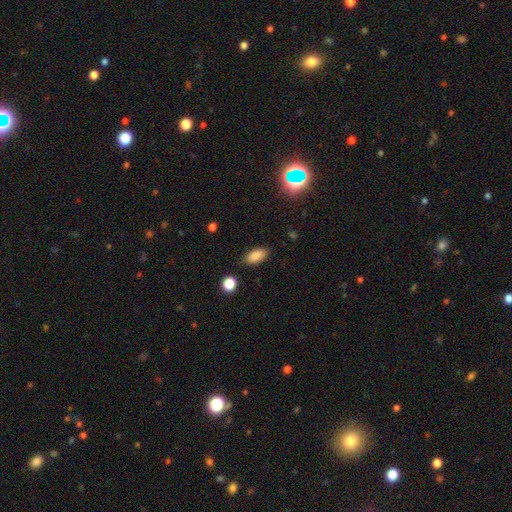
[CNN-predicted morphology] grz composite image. It shows a smooth galaxy with no disk features (87%) that is in between round and cigar-shaped (88%). Merging: none (84%).